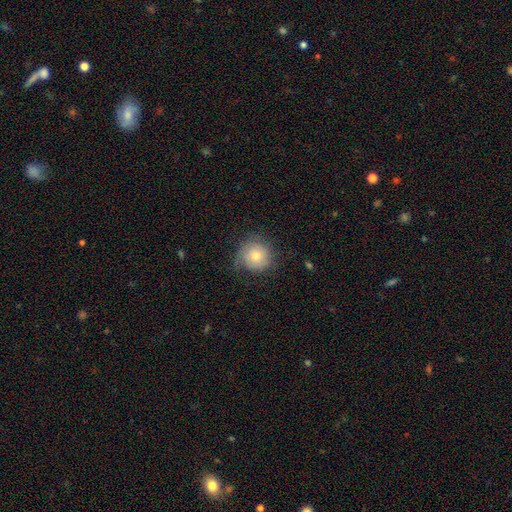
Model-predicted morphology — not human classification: Smooth or featured: smooth — 65% (featured or disk — 25%)
How rounded: round — 92% (in between — 7%)
Merging: none — 68% (minor disturbance — 22%)